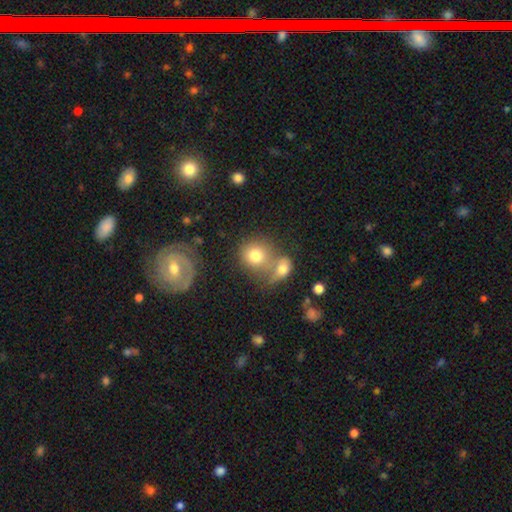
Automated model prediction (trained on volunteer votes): smooth 76%, featured or disk 14%, star or artifact 10%. Down the decision tree: how rounded — round (75%); merging — merger (46%).